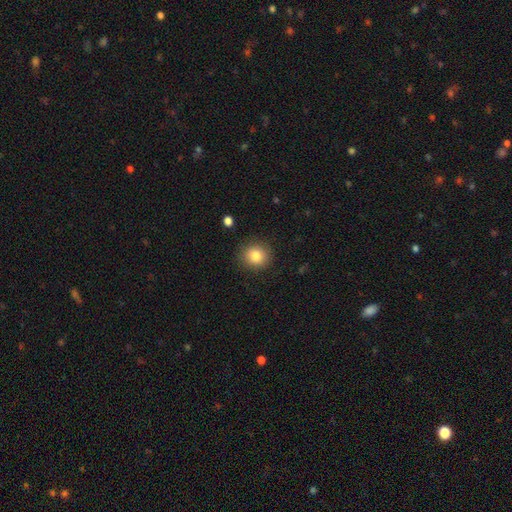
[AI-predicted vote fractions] This appears to be a smooth galaxy with no disk features (83%) that is round (88%). Merging: none (88%).